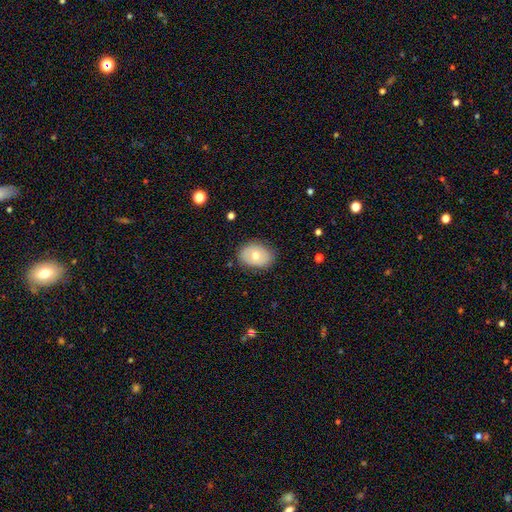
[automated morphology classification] A smooth galaxy with no disk features (63%) that is in between round and cigar-shaped (79%). Merging: none (83%).